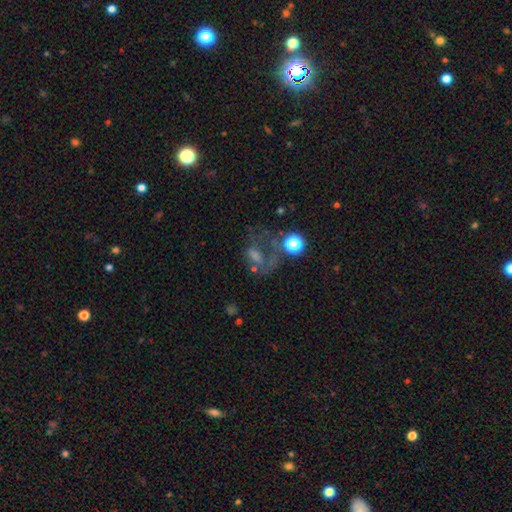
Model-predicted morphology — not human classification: type=featured or disk (39%); merging=major disturbance (41%).